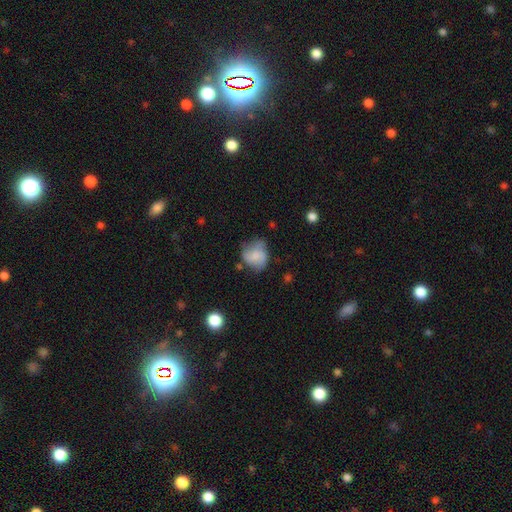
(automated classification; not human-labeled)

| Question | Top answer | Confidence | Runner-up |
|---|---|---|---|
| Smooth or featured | smooth | 60% | featured or disk (31%) |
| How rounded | round | 60% | in between (39%) |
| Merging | none | 47% | minor disturbance (32%) |